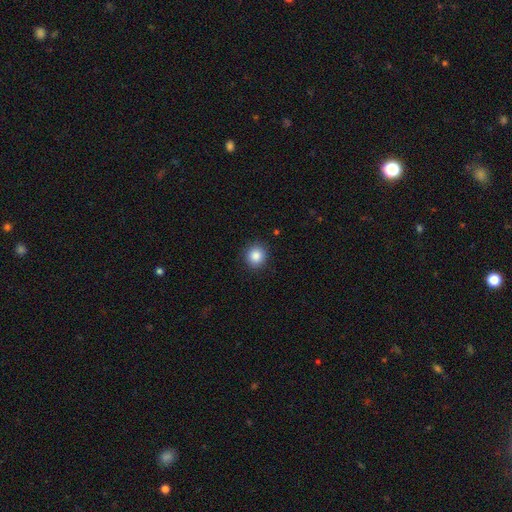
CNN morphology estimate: smooth-or-featured: smooth: 86% | star or artifact: 10% | featured or disk: 4%
  how-rounded: round: 90% | in between: 9% | cigar-shaped: 1%
  merging: none: 91% | minor disturbance: 6% | major disturbance: 2% | merger: 1%